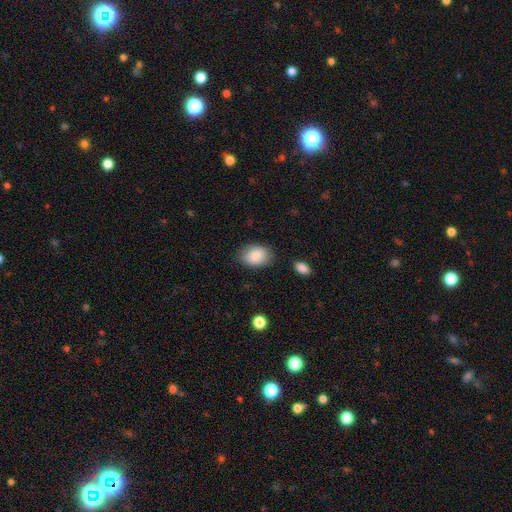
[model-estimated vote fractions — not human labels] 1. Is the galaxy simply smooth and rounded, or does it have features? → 86% smooth, 7% star or artifact, 7% featured or disk.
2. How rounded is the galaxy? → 78% in between, 21% round, 1% cigar-shaped.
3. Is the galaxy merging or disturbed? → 82% none, 13% minor disturbance, 3% major disturbance, 2% merger.